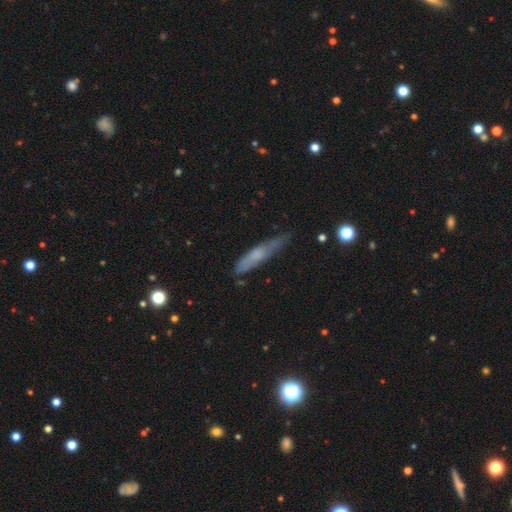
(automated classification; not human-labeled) Smooth or featured? Predicted: smooth (p=0.54). How rounded? Predicted: cigar-shaped (p=0.86). Merging? Predicted: none (p=0.63).